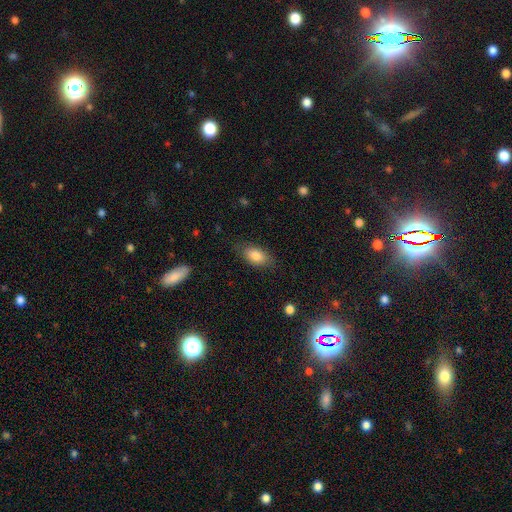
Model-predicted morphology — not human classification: smooth 82%, featured or disk 11%, star or artifact 7%. Down the decision tree: how rounded — in between (90%); merging — none (78%).